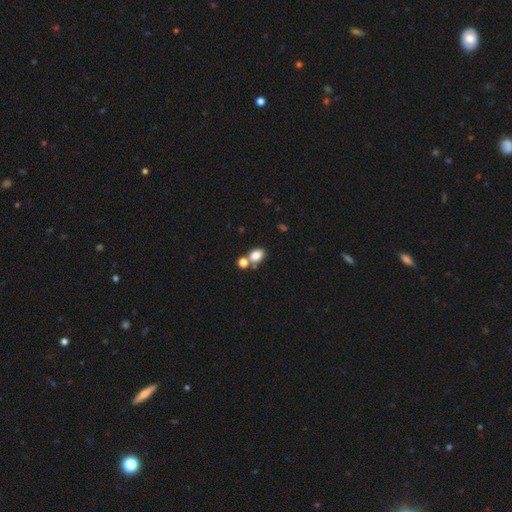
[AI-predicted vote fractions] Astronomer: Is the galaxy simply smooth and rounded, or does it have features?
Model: smooth — 81%.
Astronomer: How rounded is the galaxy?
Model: in between — 70%.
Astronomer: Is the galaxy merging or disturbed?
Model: none — 57%.